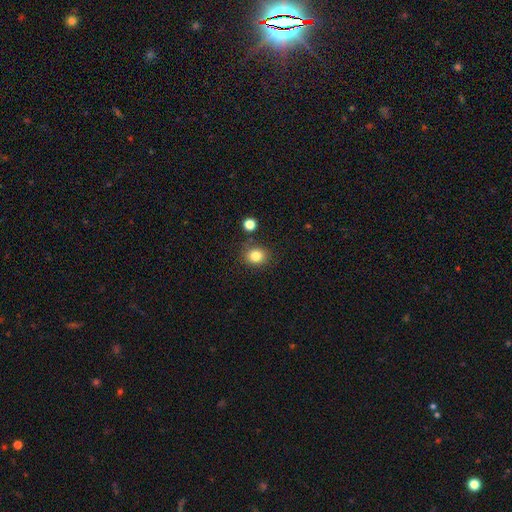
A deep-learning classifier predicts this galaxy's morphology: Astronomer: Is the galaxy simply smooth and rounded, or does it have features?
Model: smooth — 83%.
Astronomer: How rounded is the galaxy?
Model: round — 73%.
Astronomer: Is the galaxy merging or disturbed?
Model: none — 82%.